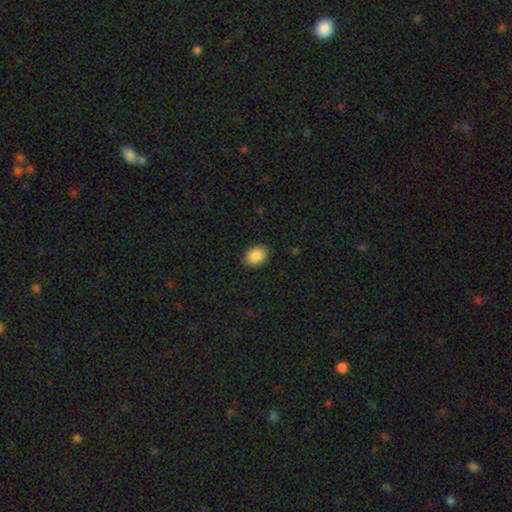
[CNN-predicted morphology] Smooth or featured? smooth (89%)
How rounded? in between (65%)
Merging? none (88%)